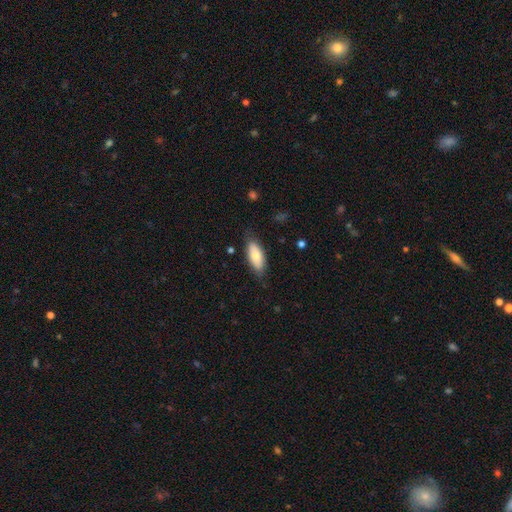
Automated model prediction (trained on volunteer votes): This appears to be a smooth galaxy with no disk features (76%) that is in between round and cigar-shaped (83%). Merging: none (77%).